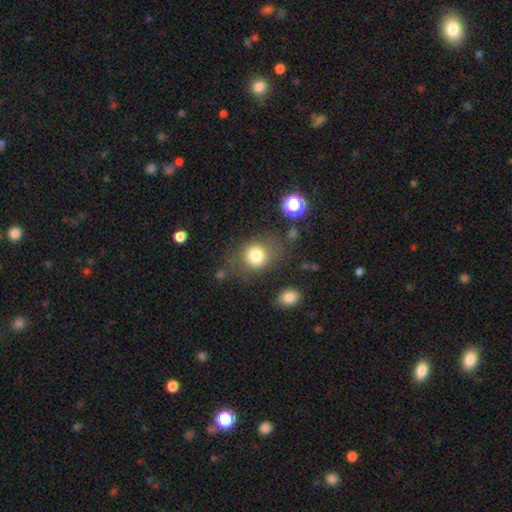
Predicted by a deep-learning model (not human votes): This is likely a smooth galaxy (79%). How rounded: likely round (71%). Merging: likely none (67%).